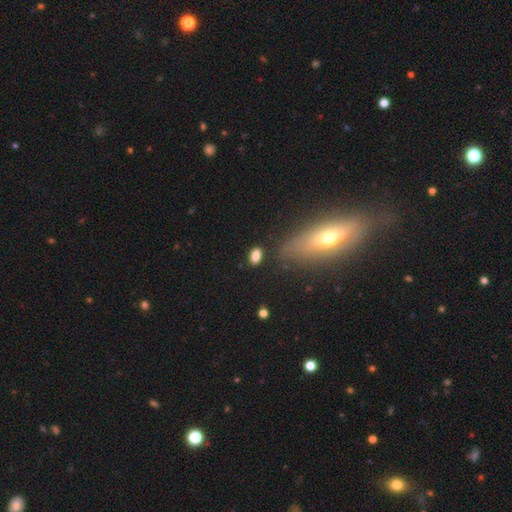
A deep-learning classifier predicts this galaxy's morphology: smooth 83%, star or artifact 9%, featured or disk 8%. Down the decision tree: how rounded — in between (88%); merging — none (83%).